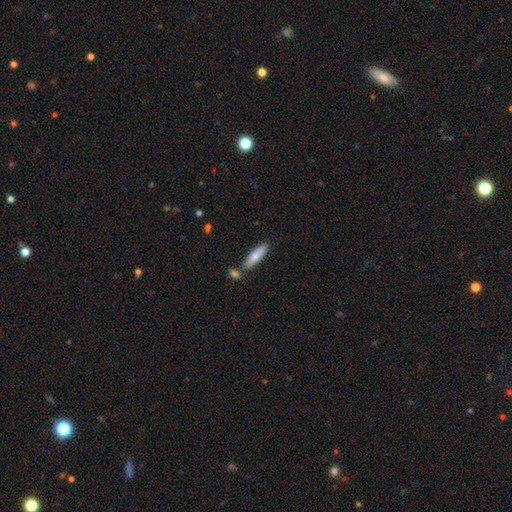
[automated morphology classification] Overall: smooth (76%). How rounded: cigar-shaped (72%). Merging: none (73%).